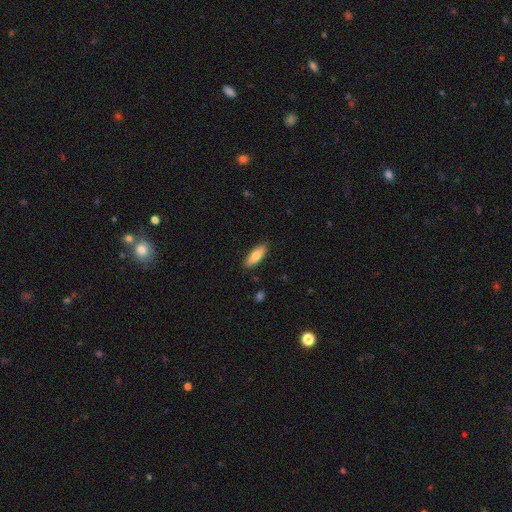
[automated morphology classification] smooth_or_featured: smooth (p=0.82) [alt: featured or disk p=0.12]
how_rounded: in between (p=0.62) [alt: cigar-shaped p=0.37]
merging: none (p=0.87) [alt: minor disturbance p=0.10]